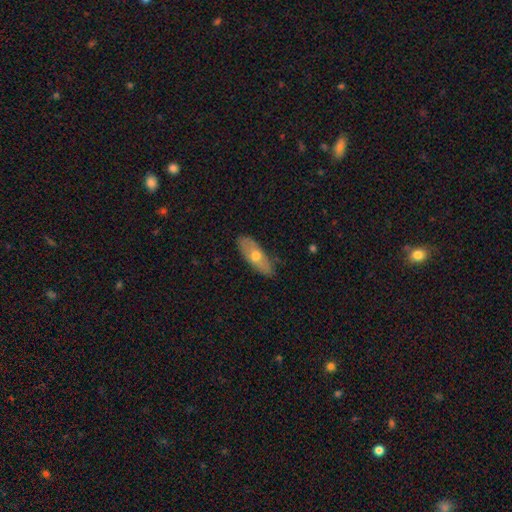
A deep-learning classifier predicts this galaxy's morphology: Smooth or featured? smooth (56%)
How rounded? in between (63%)
Merging? none (82%)